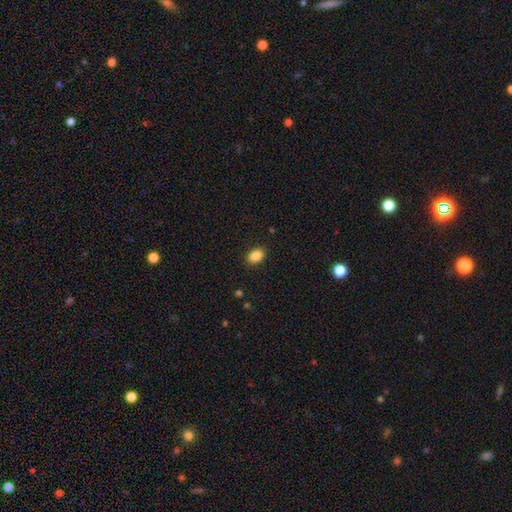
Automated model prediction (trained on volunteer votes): A smooth galaxy with no disk features (88%) that is in between round and cigar-shaped (81%). Merging: none (89%).